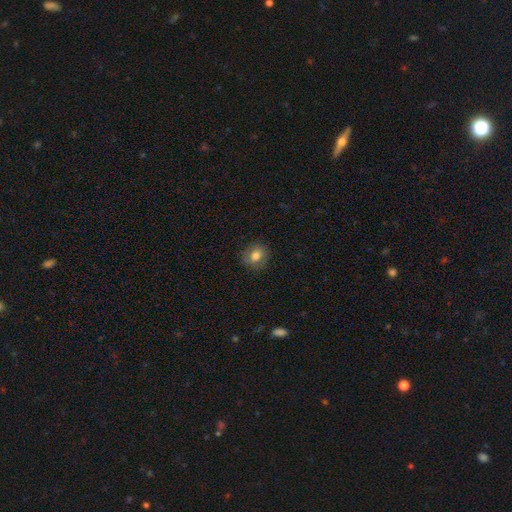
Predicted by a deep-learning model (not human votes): smooth_or_featured: smooth (p=0.76) [alt: featured or disk p=0.14]
how_rounded: round (p=0.73) [alt: in between p=0.26]
merging: none (p=0.84) [alt: minor disturbance p=0.12]